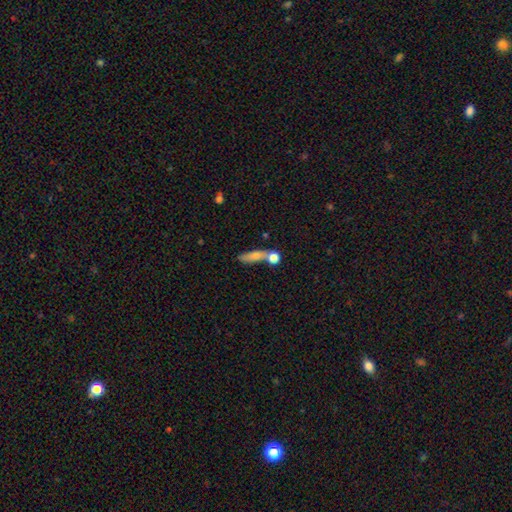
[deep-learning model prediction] Smooth or featured?
  - smooth: 70% *
  - featured or disk: 20%
  - star or artifact: 9%
How rounded?
  - cigar-shaped: 60% *
  - in between: 29%
  - round: 11%
Merging?
  - none: 52% *
  - merger: 27%
  - minor disturbance: 15%
  - major disturbance: 7%